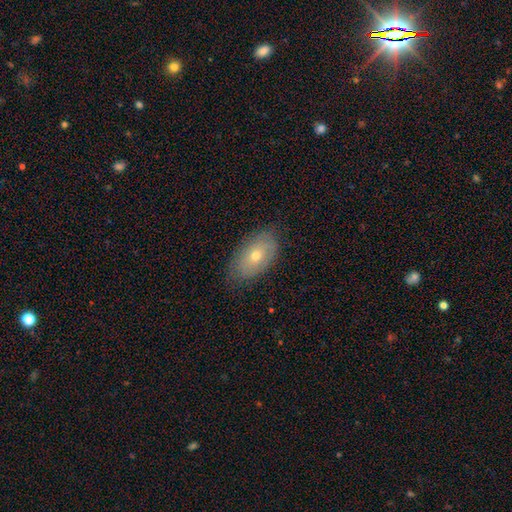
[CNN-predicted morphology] This is possibly a smooth galaxy (55%). How rounded: clearly in between (91%). Merging: likely none (78%).